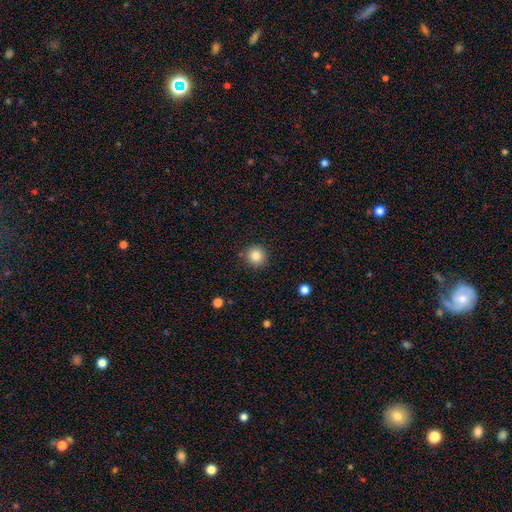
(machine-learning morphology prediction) Q: Smooth or featured?
A: smooth (84%); runner-up: star or artifact (10%)
Q: How rounded?
A: round (93%); runner-up: in between (7%)
Q: Merging?
A: none (89%); runner-up: minor disturbance (7%)